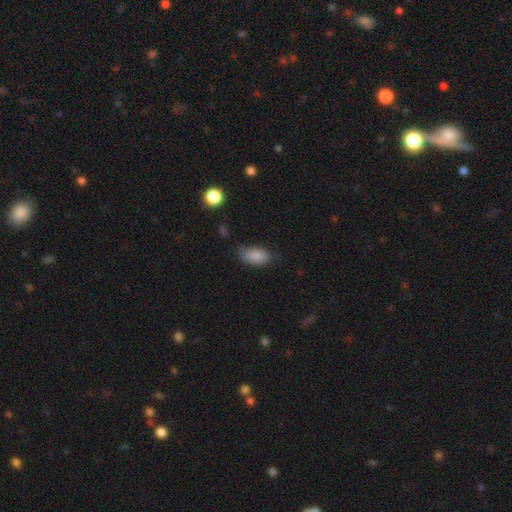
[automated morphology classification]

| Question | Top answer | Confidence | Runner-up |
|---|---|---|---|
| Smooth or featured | smooth | 86% | star or artifact (8%) |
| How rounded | in between | 92% | round (5%) |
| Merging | none | 65% | minor disturbance (26%) |